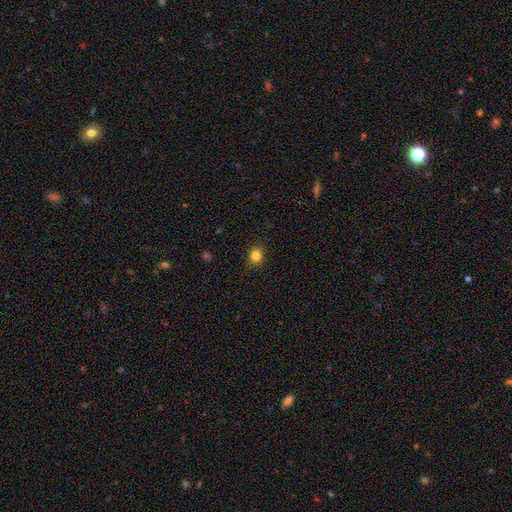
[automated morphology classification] This appears to be a smooth galaxy with no disk features (83%) that is round (67%). Merging: none (88%).